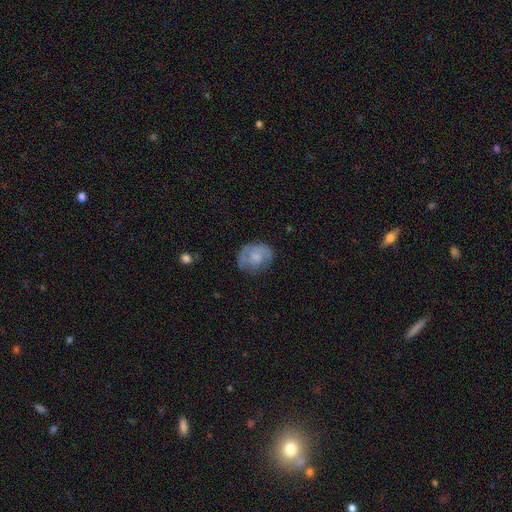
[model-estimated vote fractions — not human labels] smooth 53%, featured or disk 39%, star or artifact 8%. Down the decision tree: how rounded — in between (51%); merging — none (60%).